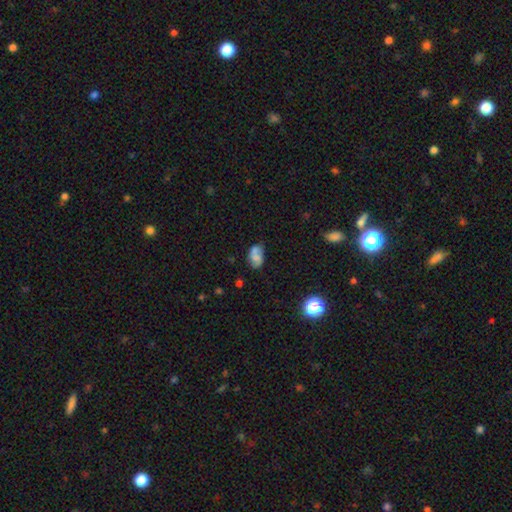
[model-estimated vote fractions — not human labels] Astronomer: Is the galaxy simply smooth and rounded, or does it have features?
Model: smooth — 56% (runner-up: featured or disk, 32%).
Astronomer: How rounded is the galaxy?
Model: in between — 85%.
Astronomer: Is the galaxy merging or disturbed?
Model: none — 40% (runner-up: merger, 27%).